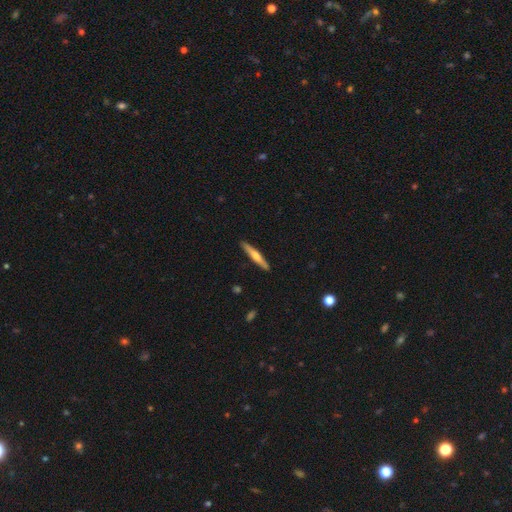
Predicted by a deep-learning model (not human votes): A featured or disk galaxy (49%). Merging: none (90%).